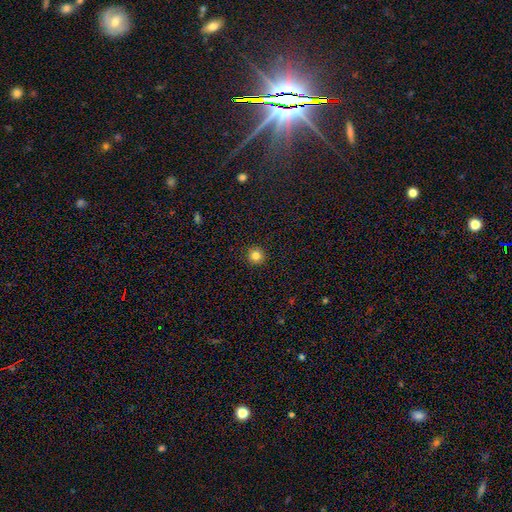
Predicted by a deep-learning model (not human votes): smooth_or_featured: smooth (p=0.83) [alt: star or artifact p=0.12]
how_rounded: round (p=0.96) [alt: in between p=0.03]
merging: none (p=0.93) [alt: minor disturbance p=0.04]